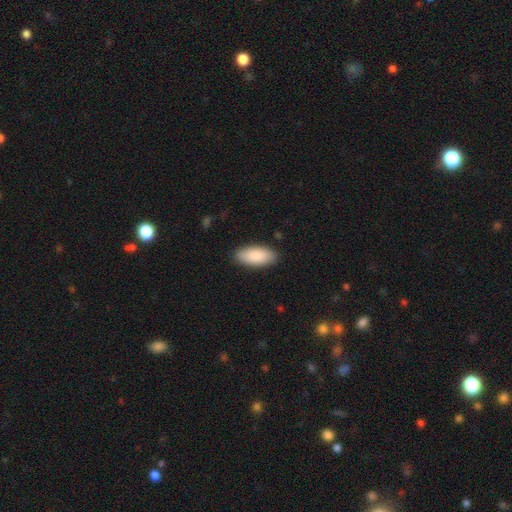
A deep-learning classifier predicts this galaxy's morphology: This appears to be a smooth galaxy with no disk features (89%) that is in between round and cigar-shaped (90%). Merging: none (88%).